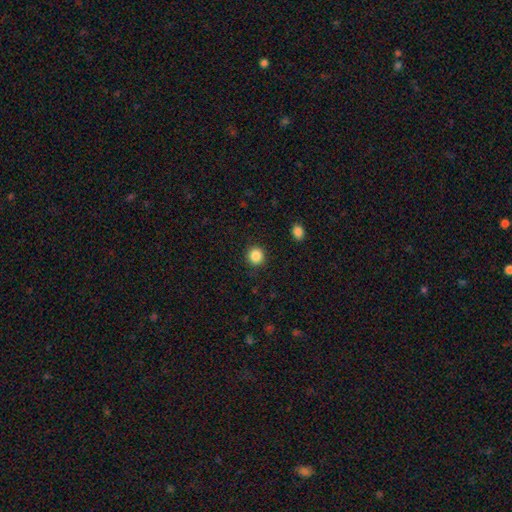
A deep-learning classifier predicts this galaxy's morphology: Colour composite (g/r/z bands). It shows a smooth galaxy with no disk features (86%) that is round (90%). Merging: none (90%).